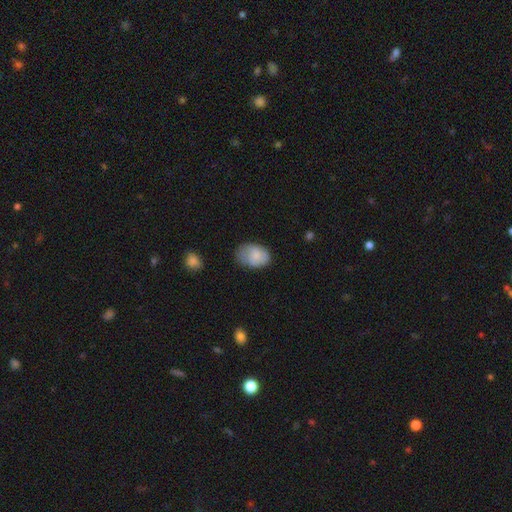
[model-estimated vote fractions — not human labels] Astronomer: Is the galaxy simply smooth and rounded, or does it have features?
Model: smooth — 75%.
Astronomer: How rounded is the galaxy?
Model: in between — 82%.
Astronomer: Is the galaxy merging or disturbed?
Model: none — 55% (runner-up: minor disturbance, 33%).